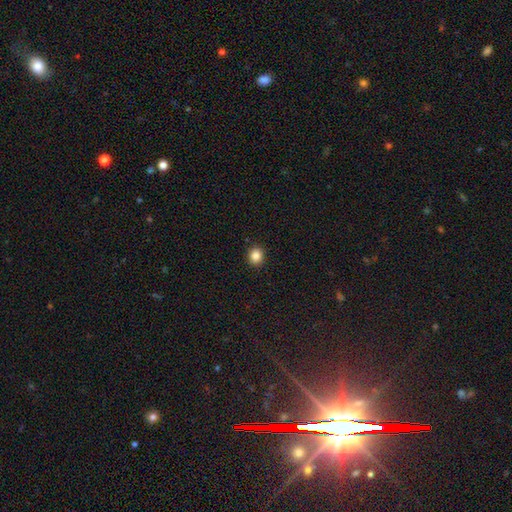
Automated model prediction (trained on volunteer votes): Smooth or featured: smooth — 85% (star or artifact — 11%)
How rounded: round — 80% (in between — 20%)
Merging: none — 91% (minor disturbance — 6%)